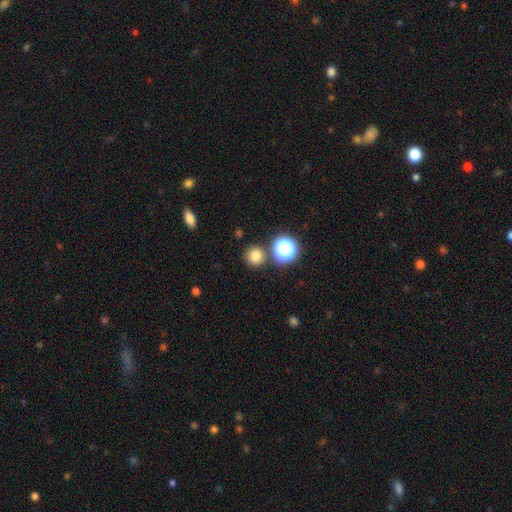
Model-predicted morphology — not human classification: A smooth galaxy with no disk features (78%) that is round (92%).

Vote fractions:
- Smooth or featured? smooth: 78% / star or artifact: 16% / featured or disk: 6%
- How rounded? round: 92% / in between: 7% / cigar-shaped: 1%
- Merging? none: 83% / minor disturbance: 7% / merger: 7% / major disturbance: 3%